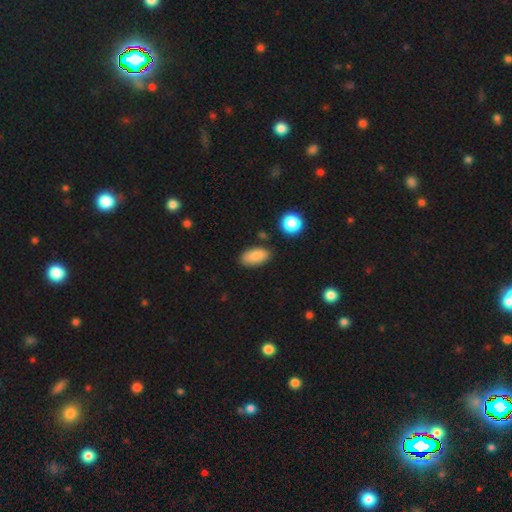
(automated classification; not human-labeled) Morphology: type=smooth (86%); roundness=in between (93%); merging=none (82%).